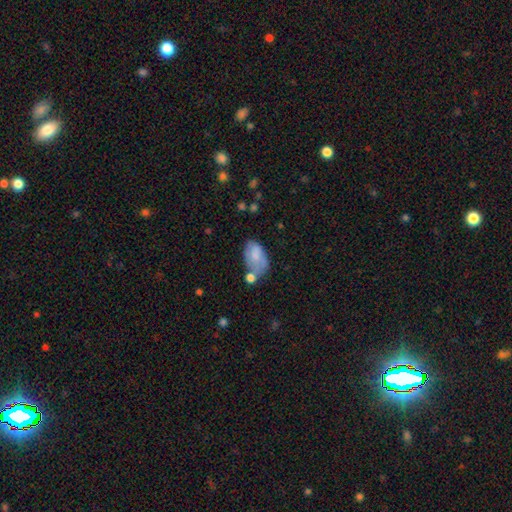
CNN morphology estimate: smooth 68%, featured or disk 24%, star or artifact 8%. Down the decision tree: how rounded — in between (92%); merging — none (35%).